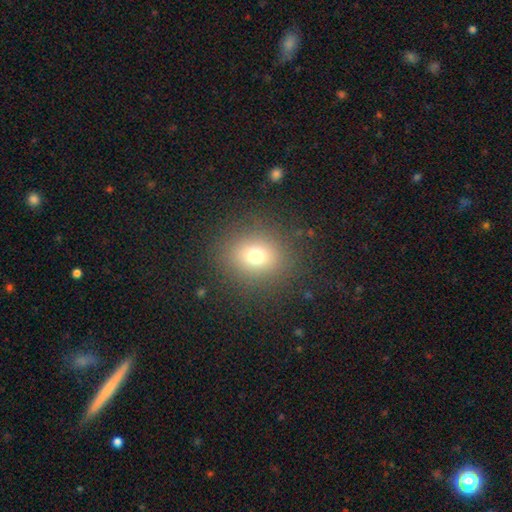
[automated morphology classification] Smooth or featured: smooth — 71% (star or artifact — 17%)
How rounded: round — 76% (in between — 23%)
Merging: none — 86% (minor disturbance — 8%)